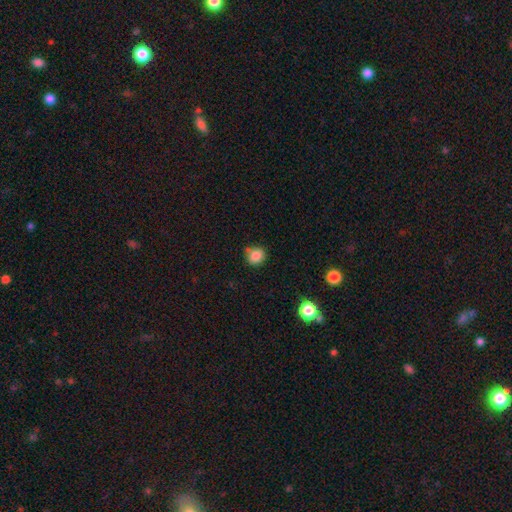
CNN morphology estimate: A smooth galaxy with no disk features (84%) that is round (83%). Merging: none (73%).